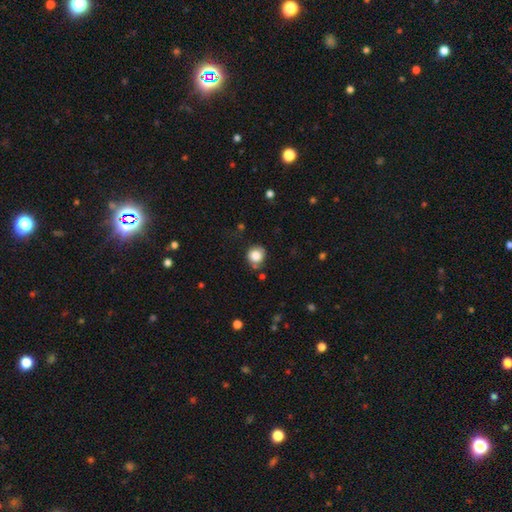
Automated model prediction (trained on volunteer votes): Smooth or featured? smooth (85%)
How rounded? round (87%)
Merging? none (72%)